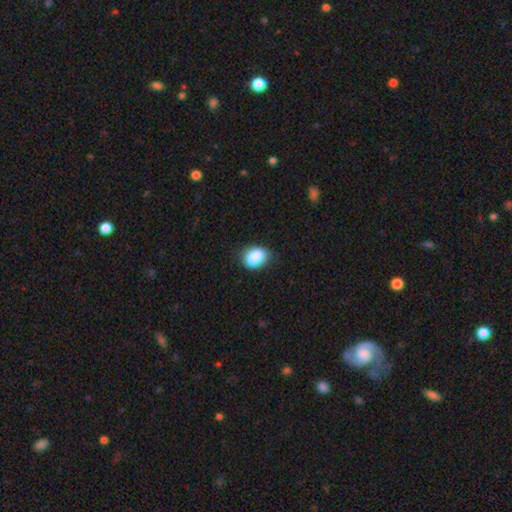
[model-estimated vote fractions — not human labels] The model was most divided on "how rounded": in between: 72%, round: 27%, cigar-shaped: 1%. More confident: smooth or featured — smooth (85%); merging — none (69%).